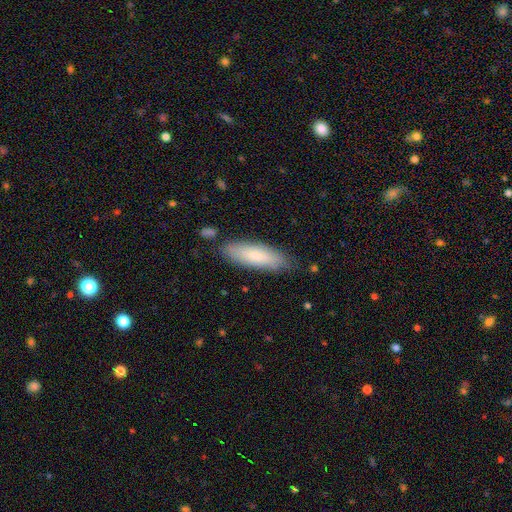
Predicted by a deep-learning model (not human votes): Overall: smooth (75%). How rounded: in between (52%; cigar-shaped 46%). Merging: none (81%).